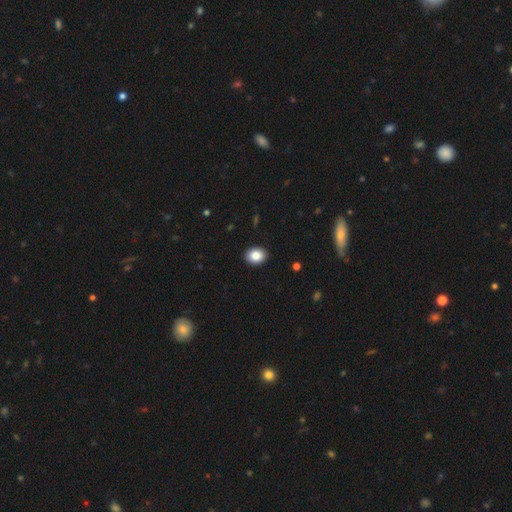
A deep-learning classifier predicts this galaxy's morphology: Smooth or featured? Predicted: smooth (p=0.87). How rounded? Predicted: in between (p=0.57). Merging? Predicted: none (p=0.92).